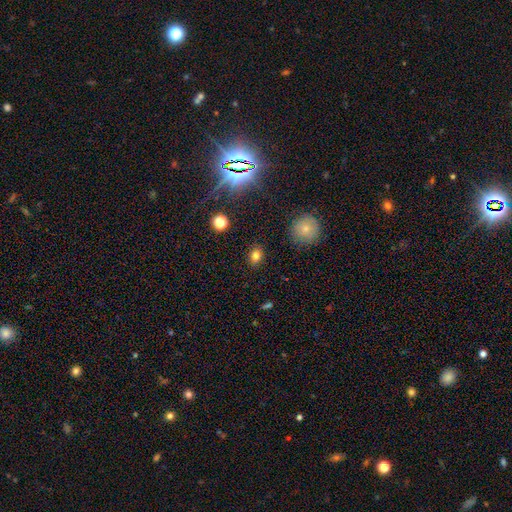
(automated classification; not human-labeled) Smooth or featured? Predicted: smooth (p=0.79). How rounded? Predicted: in between (p=0.57). Merging? Predicted: none (p=0.87).